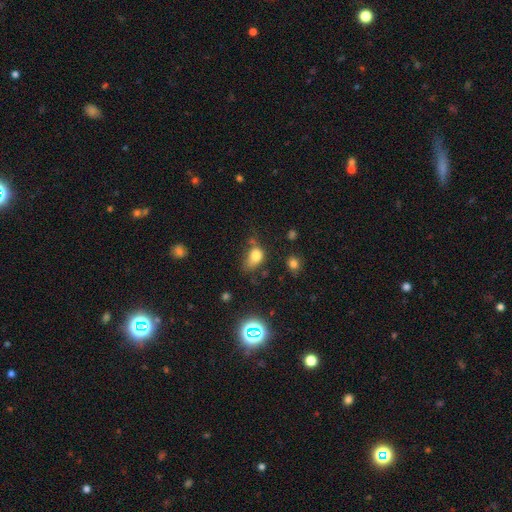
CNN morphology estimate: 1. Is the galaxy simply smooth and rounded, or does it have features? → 76% smooth, 14% star or artifact, 10% featured or disk.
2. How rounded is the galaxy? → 71% in between, 27% round, 2% cigar-shaped.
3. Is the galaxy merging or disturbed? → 39% none, 33% minor disturbance, 18% major disturbance, 9% merger.